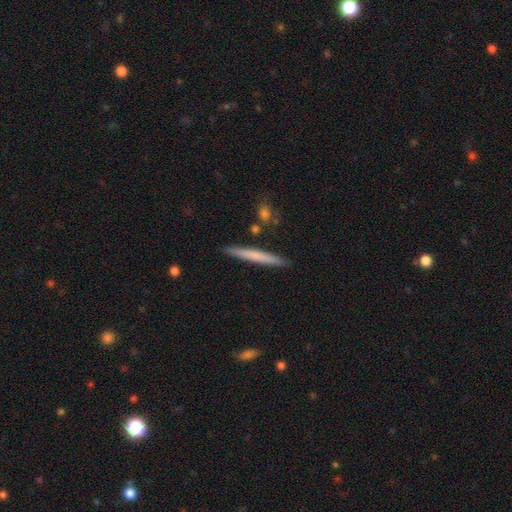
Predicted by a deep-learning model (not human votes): A smooth galaxy with no disk features (63%) that is cigar-shaped (96%).

Vote fractions:
- Smooth or featured? smooth: 63% / featured or disk: 32% / star or artifact: 6%
- How rounded? cigar-shaped: 96% / in between: 2% / round: 1%
- Merging? none: 89% / minor disturbance: 7% / merger: 3% / major disturbance: 1%